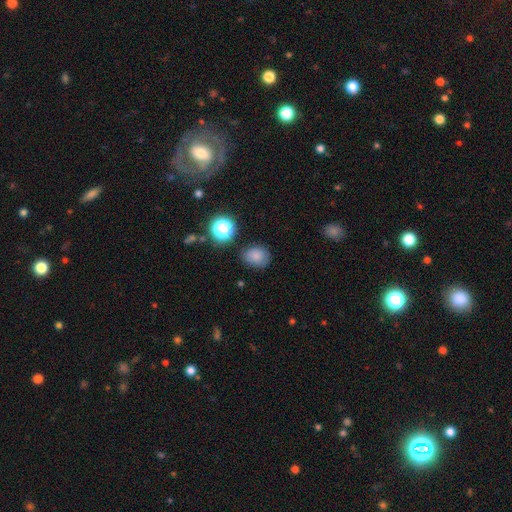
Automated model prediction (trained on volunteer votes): The model was most divided on "how rounded": round: 52%, in between: 47%, cigar-shaped: 1%. More confident: smooth or featured — smooth (79%); merging — none (74%).